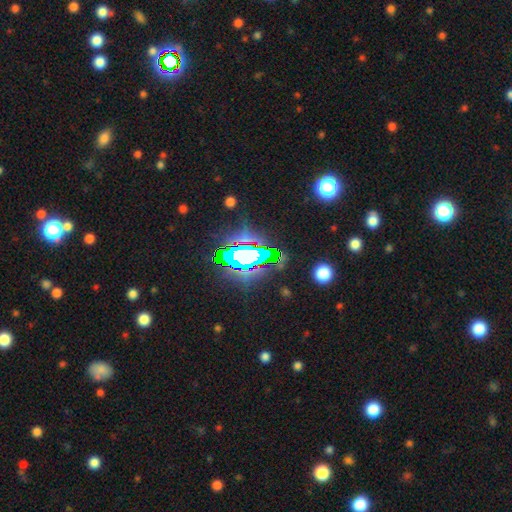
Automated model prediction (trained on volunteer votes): Smooth or featured? star or artifact (81%)